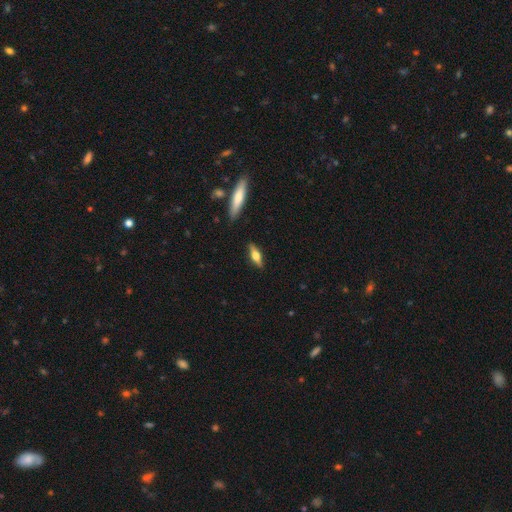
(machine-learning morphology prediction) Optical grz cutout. It shows a featured or disk galaxy (47%, tied with smooth). Merging: none (86%).